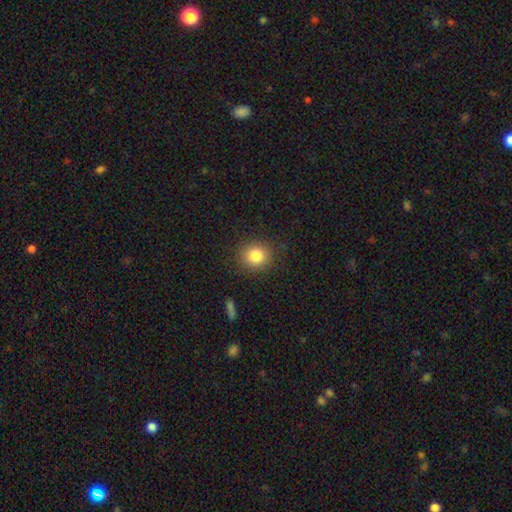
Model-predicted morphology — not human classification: smooth 83%, star or artifact 11%, featured or disk 7%. Down the decision tree: how rounded — round (86%); merging — none (88%).